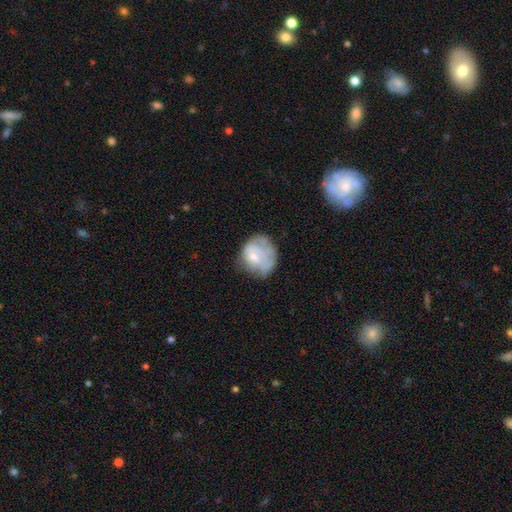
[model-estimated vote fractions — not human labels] Q: Smooth or featured?
A: smooth (53%); runner-up: featured or disk (39%)
Q: How rounded?
A: round (63%); runner-up: in between (36%)
Q: Merging?
A: none (44%); runner-up: minor disturbance (30%)